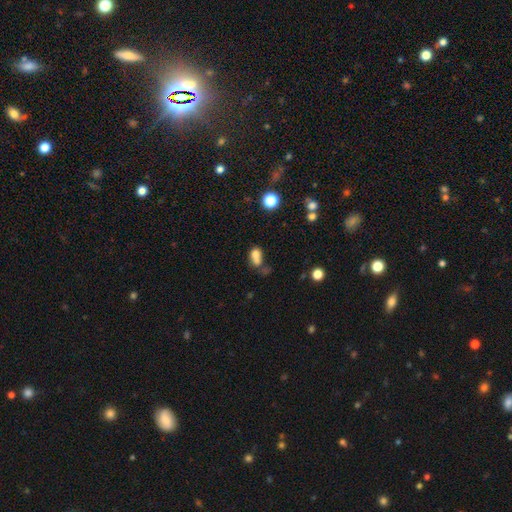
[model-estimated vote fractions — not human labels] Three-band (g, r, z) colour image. It shows a smooth galaxy with no disk features (73%) that is in between round and cigar-shaped (61%). Merging: merger (53%).